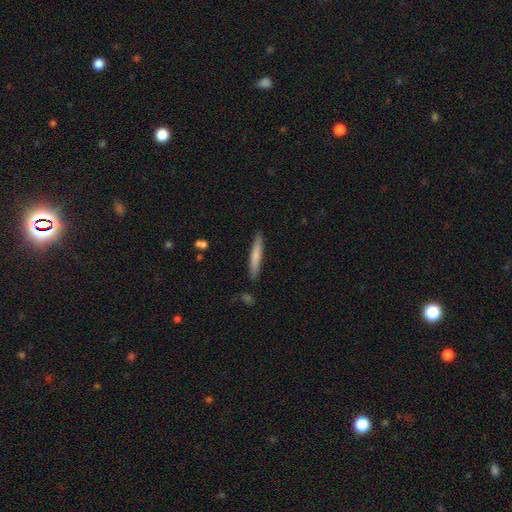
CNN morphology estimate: Q: Smooth or featured?
A: smooth (71%); runner-up: featured or disk (24%)
Q: How rounded?
A: cigar-shaped (93%); runner-up: in between (5%)
Q: Merging?
A: none (88%); runner-up: minor disturbance (9%)